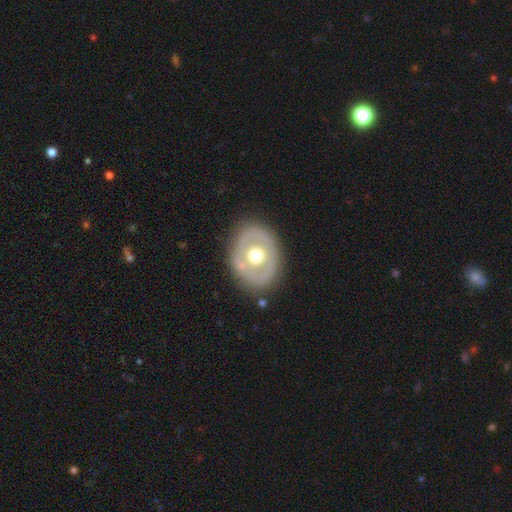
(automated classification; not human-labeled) Smooth or featured: featured or disk — 55% (smooth — 40%)
Edge-on disk: no — 93% (yes — 7%)
Bar: no — 89% (weak — 8%)
Spiral arms: no — 91% (yes — 9%)
Bulge size: moderate — 67% (large — 26%)
Merging: none — 80% (minor disturbance — 13%)